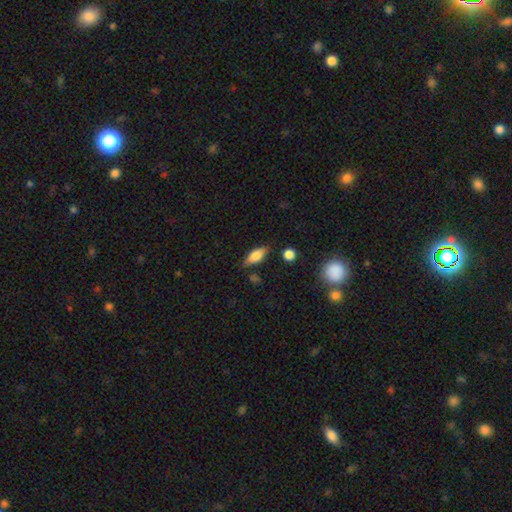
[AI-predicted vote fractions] Smooth or featured? Predicted: smooth (p=0.70). How rounded? Predicted: in between (p=0.76). Merging? Predicted: none (p=0.76).